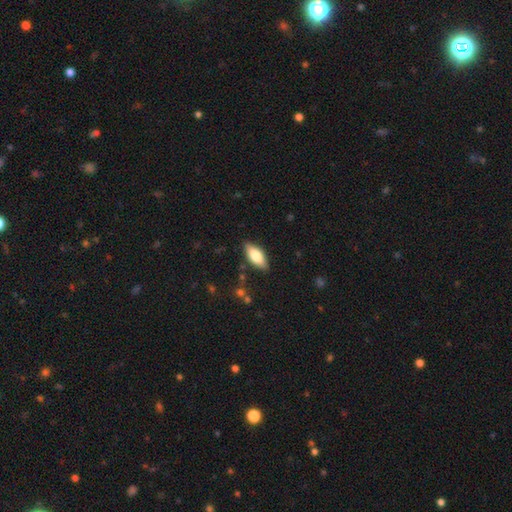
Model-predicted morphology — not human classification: Smooth or featured: smooth — 73% (featured or disk — 21%)
How rounded: in between — 82% (cigar-shaped — 16%)
Merging: none — 86% (minor disturbance — 11%)